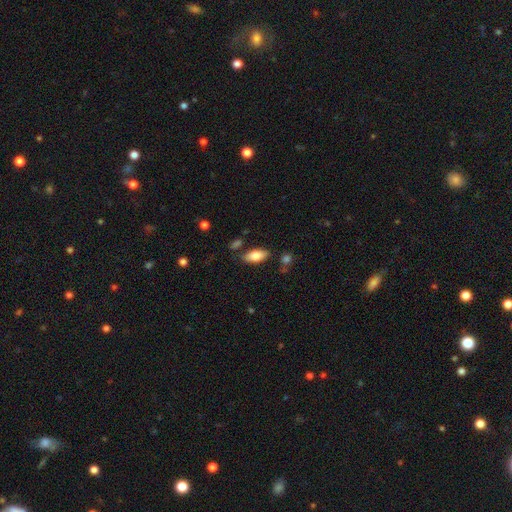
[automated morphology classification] Smooth or featured? Predicted: smooth (p=0.78). How rounded? Predicted: in between (p=0.87). Merging? Predicted: none (p=0.78).